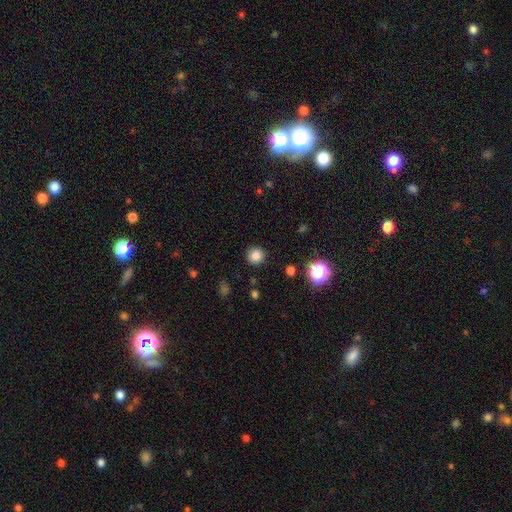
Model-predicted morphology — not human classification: Smooth or featured?
  - smooth: 82% *
  - star or artifact: 13%
  - featured or disk: 4%
How rounded?
  - round: 95% *
  - in between: 4%
  - cigar-shaped: 1%
Merging?
  - none: 91% *
  - minor disturbance: 6%
  - major disturbance: 2%
  - merger: 1%